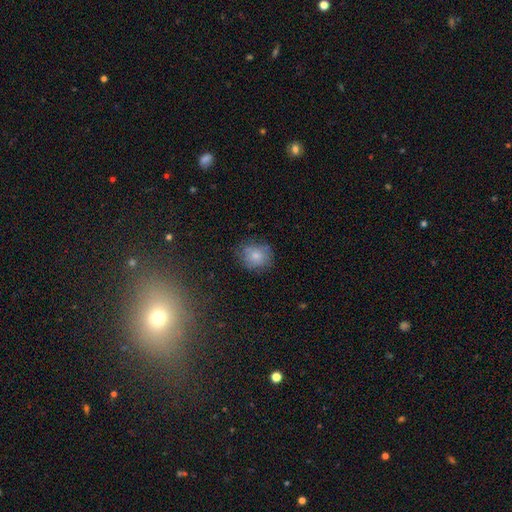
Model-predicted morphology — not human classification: A smooth galaxy with no disk features (77%) that is round (68%). Merging: none (71%).